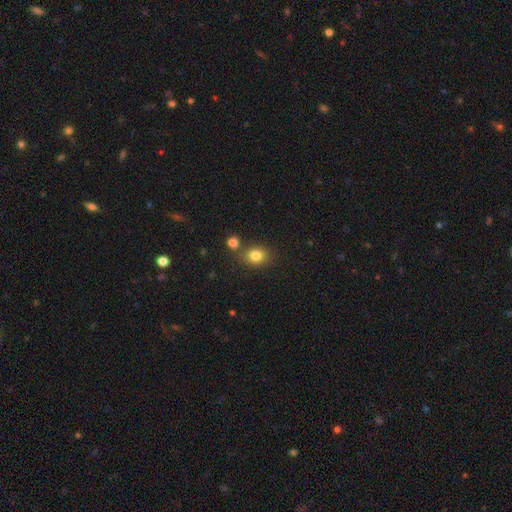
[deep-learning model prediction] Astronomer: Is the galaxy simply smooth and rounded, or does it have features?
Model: smooth — 82%.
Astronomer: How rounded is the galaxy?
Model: round — 58% (runner-up: in between, 41%).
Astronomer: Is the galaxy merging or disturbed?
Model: none — 71%.